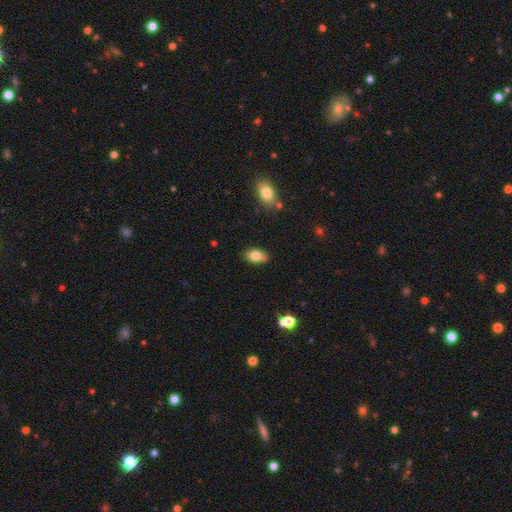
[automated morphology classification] This is likely a smooth galaxy (79%). How rounded: clearly in between (92%). Merging: clearly none (86%).